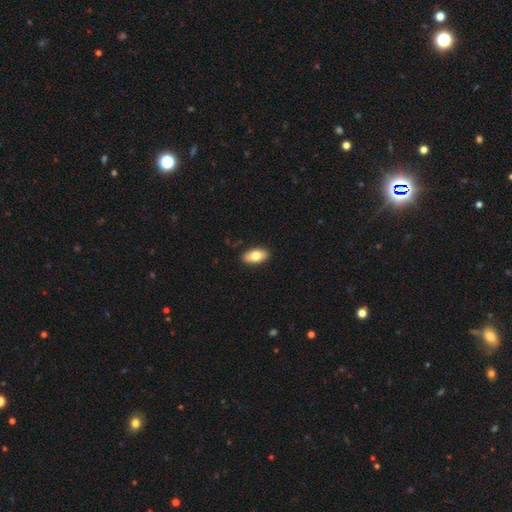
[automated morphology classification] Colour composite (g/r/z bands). It shows a smooth galaxy with no disk features (78%) that is in between round and cigar-shaped (91%). Merging: none (89%).